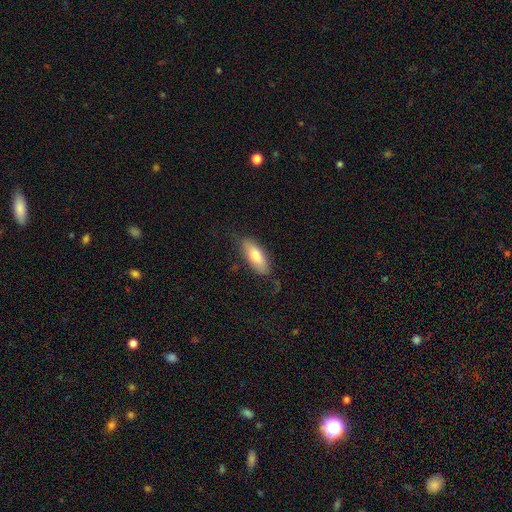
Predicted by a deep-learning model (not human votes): A smooth galaxy with no disk features (75%) that is in between round and cigar-shaped (72%). Merging: none (76%).